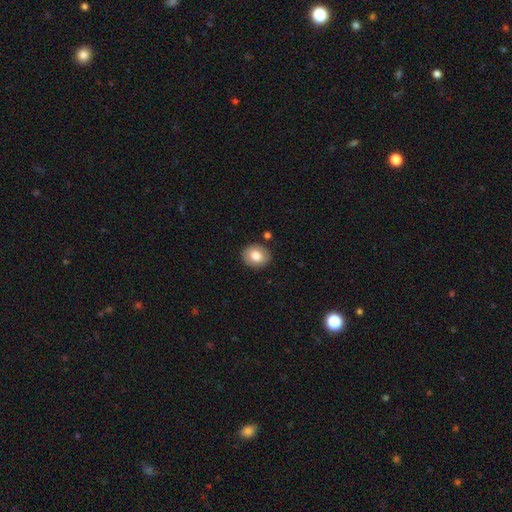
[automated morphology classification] The model was most divided on "how rounded": round: 66%, in between: 33%, cigar-shaped: 1%. More confident: merging — none (87%); smooth or featured — smooth (79%).